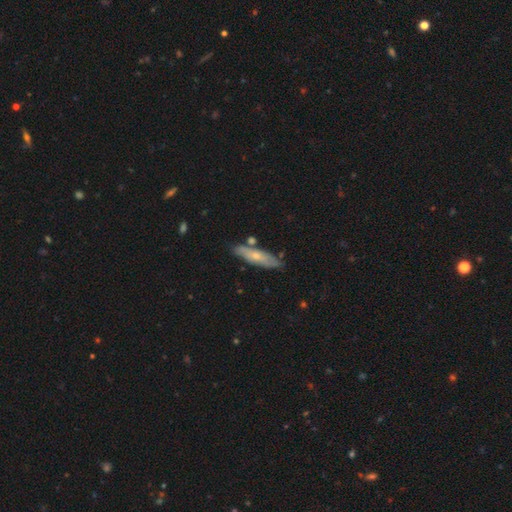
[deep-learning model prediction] Smooth or featured: smooth — 48% (featured or disk — 46%)
Merging: none — 76% (minor disturbance — 15%)